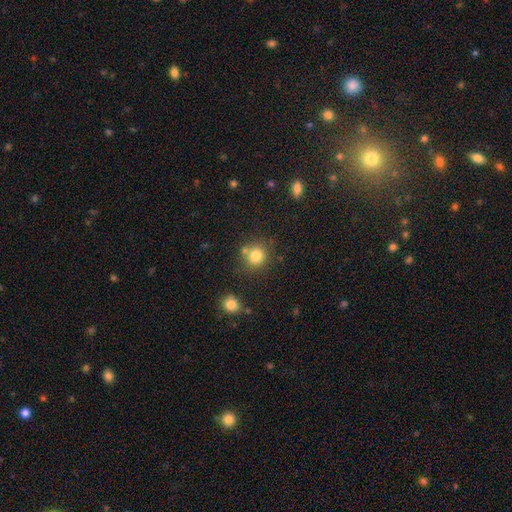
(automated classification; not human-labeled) Smooth or featured? smooth (80%)
How rounded? round (87%)
Merging? none (71%)